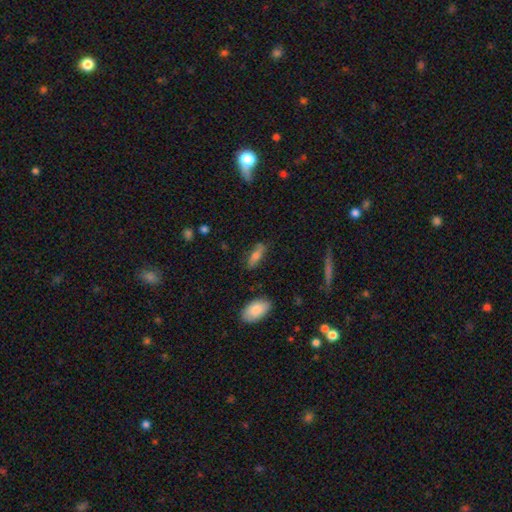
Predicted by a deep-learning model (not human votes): The model was most divided on "how rounded": in between: 56%, cigar-shaped: 40%, round: 4%. More confident: merging — none (78%); smooth or featured — smooth (59%).